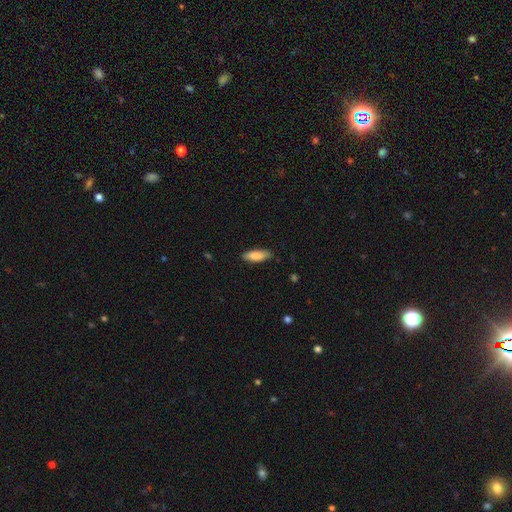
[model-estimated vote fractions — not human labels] Smooth or featured? Predicted: smooth (p=0.84). How rounded? Predicted: in between (p=0.62). Merging? Predicted: none (p=0.83).